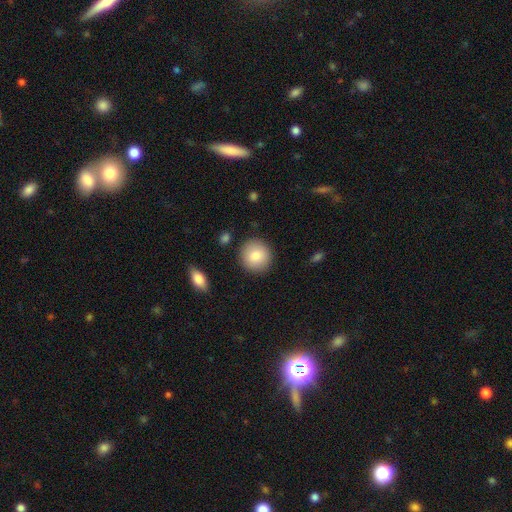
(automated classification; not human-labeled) Smooth or featured? Predicted: smooth (p=0.83). How rounded? Predicted: round (p=0.93). Merging? Predicted: none (p=0.90).